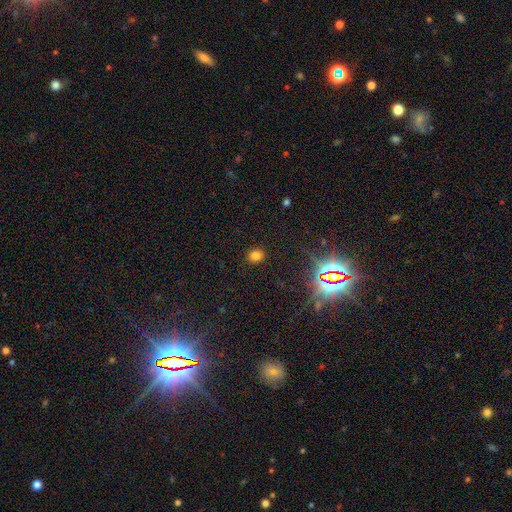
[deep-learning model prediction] This appears to be a smooth galaxy with no disk features (75%) that is round (66%). Merging: none (89%).